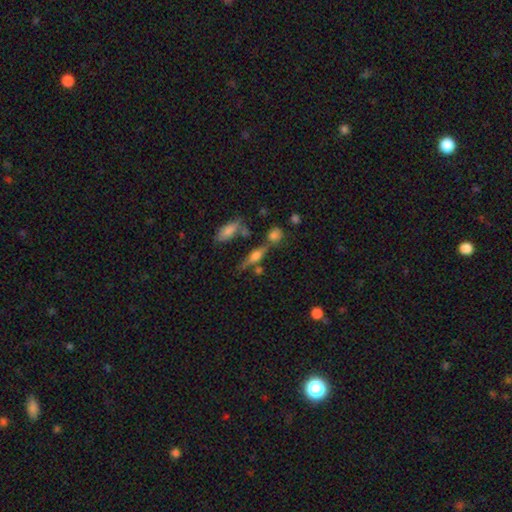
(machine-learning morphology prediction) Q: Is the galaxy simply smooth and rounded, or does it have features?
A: featured or disk — 49%.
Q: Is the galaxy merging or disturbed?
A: none — 64%.